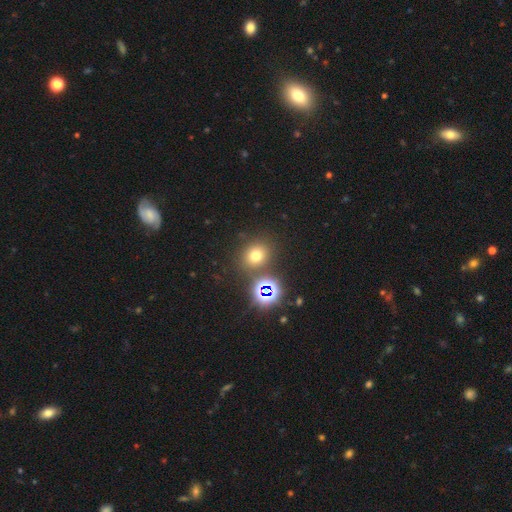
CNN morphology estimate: Smooth or featured: smooth — 64% (star or artifact — 27%)
How rounded: round — 73% (in between — 25%)
Merging: none — 79% (merger — 9%)